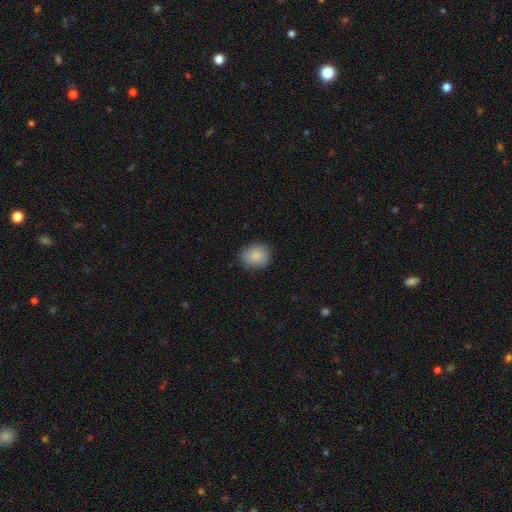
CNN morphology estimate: A smooth galaxy with no disk features (87%) that is round (70%).

Vote fractions:
- Smooth or featured? smooth: 87% / star or artifact: 8% / featured or disk: 5%
- How rounded? round: 70% / in between: 29% / cigar-shaped: 1%
- Merging? none: 81% / minor disturbance: 15% / major disturbance: 3% / merger: 1%